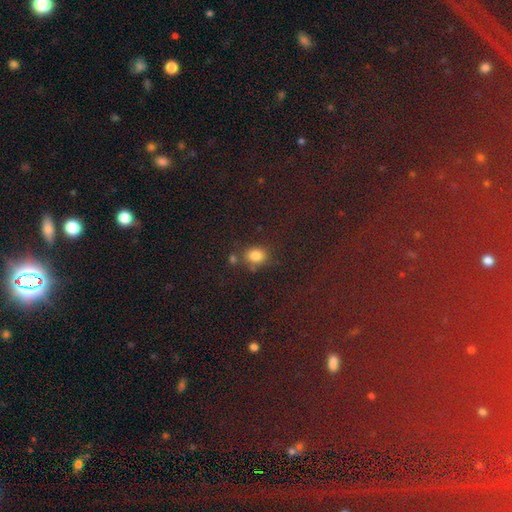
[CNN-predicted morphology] smooth_or_featured: smooth (p=0.78) [alt: star or artifact p=0.15]
how_rounded: round (p=0.56) [alt: in between p=0.42]
merging: none (p=0.67) [alt: minor disturbance p=0.15]